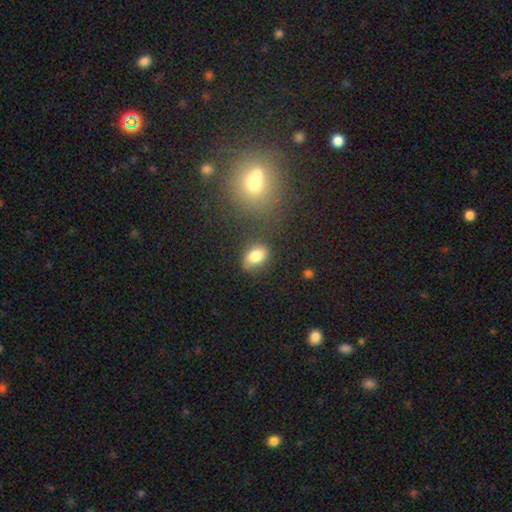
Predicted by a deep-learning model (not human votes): Smooth or featured? smooth (82%)
How rounded? in between (79%)
Merging? none (68%)